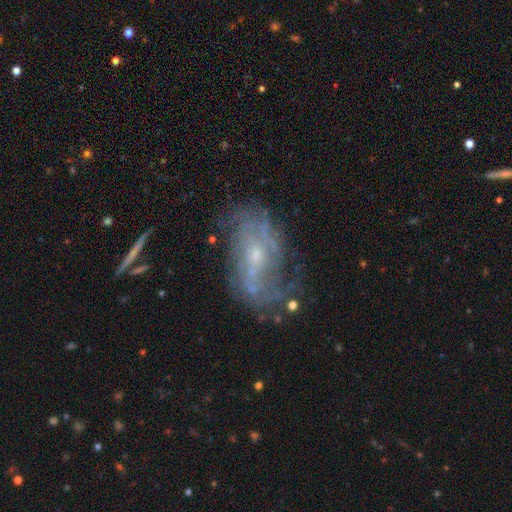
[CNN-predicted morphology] Smooth or featured? Predicted: featured or disk (p=0.75). Edge-on disk? Predicted: no (p=0.93). Bar? Predicted: no (p=0.54). Spiral arms? Predicted: yes (p=0.78). Spiral winding? Predicted: medium (p=0.37). Spiral arm count? Predicted: can't tell (p=0.45). Bulge size? Predicted: small (p=0.64). Merging? Predicted: none (p=0.57).